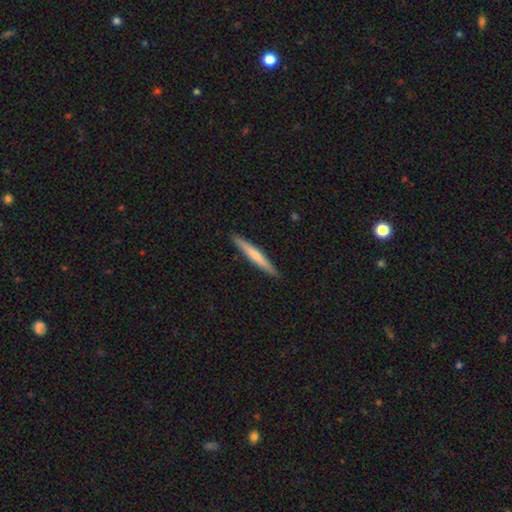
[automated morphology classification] Smooth or featured? Predicted: smooth (p=0.58). How rounded? Predicted: cigar-shaped (p=0.96). Merging? Predicted: none (p=0.91).